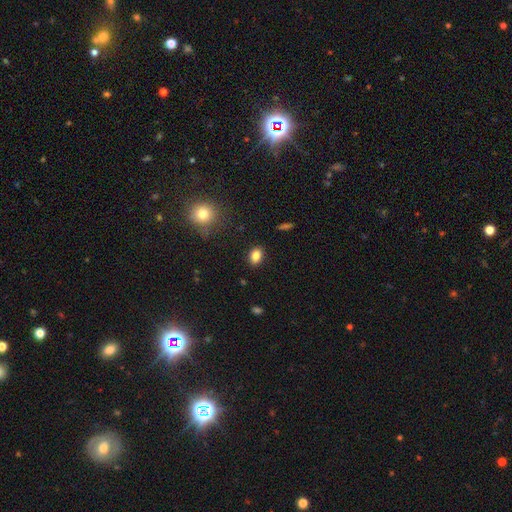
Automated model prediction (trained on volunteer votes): Q: Smooth or featured?
A: smooth (84%); runner-up: star or artifact (10%)
Q: How rounded?
A: in between (74%); runner-up: round (25%)
Q: Merging?
A: none (87%); runner-up: minor disturbance (9%)